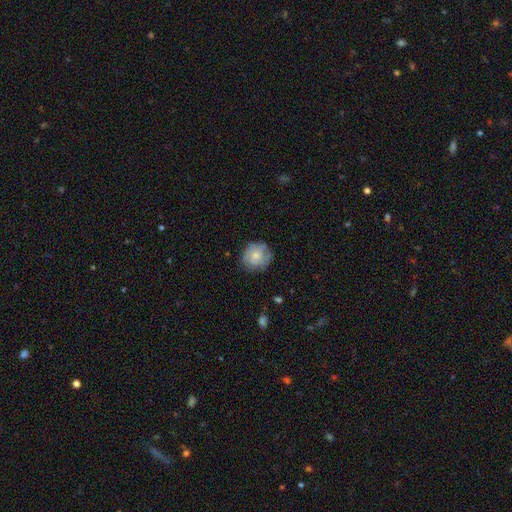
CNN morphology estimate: smooth_or_featured: smooth (p=0.63) [alt: featured or disk p=0.30]
how_rounded: round (p=0.83) [alt: in between p=0.16]
merging: none (p=0.74) [alt: minor disturbance p=0.20]